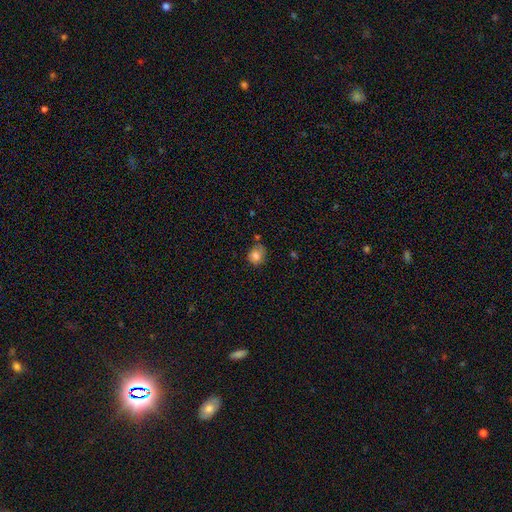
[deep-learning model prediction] Morphology: type=smooth (78%); roundness=round (69%); merging=none (57%).